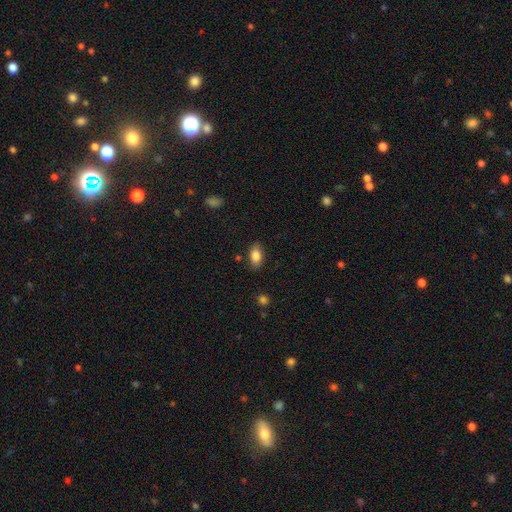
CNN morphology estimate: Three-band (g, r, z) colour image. It shows a smooth galaxy with no disk features (85%) that is in between round and cigar-shaped (90%). Merging: none (84%).